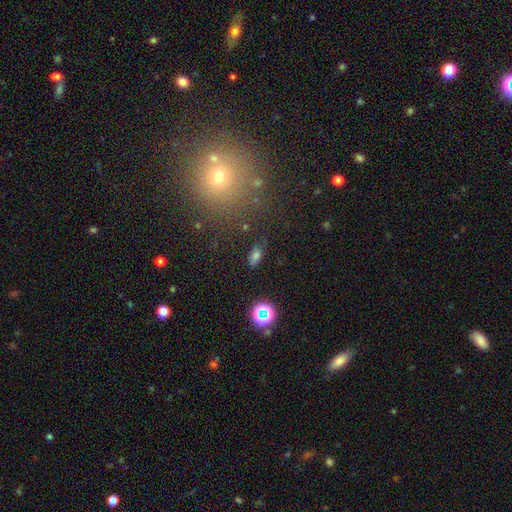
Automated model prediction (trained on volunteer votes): This is likely a smooth galaxy (72%). How rounded: clearly in between (86%). Merging: likely none (76%).